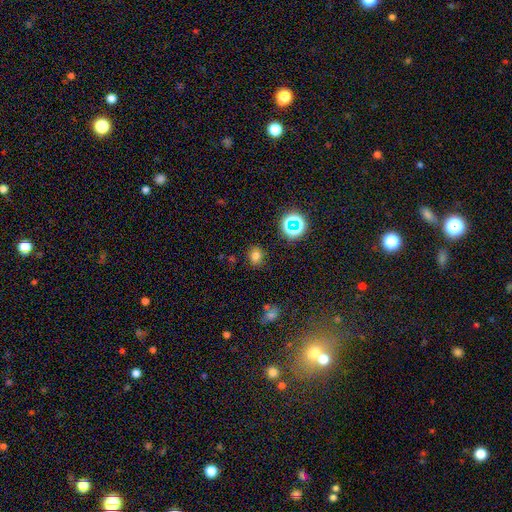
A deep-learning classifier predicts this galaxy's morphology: type=smooth (73%); roundness=round (66%); merging=none (83%).